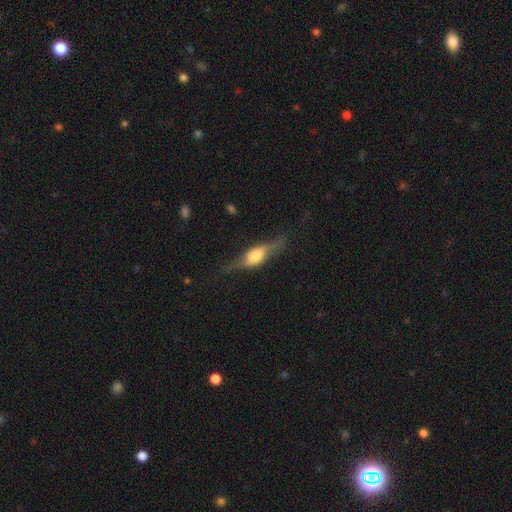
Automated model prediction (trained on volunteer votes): smooth_or_featured: featured or disk (p=0.60) [alt: smooth p=0.33]
disk_edge_on: yes (p=0.89) [alt: no p=0.11]
edge_on_bulge: rounded (p=0.85) [alt: boxy p=0.13]
merging: none (p=0.71) [alt: minor disturbance p=0.19]